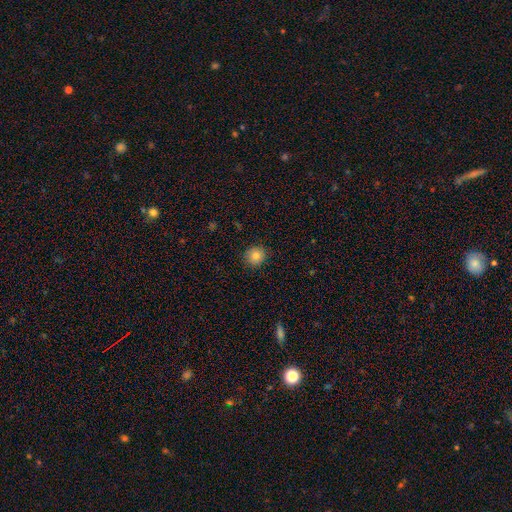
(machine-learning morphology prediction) Smooth or featured?
  - smooth: 82% *
  - star or artifact: 10%
  - featured or disk: 8%
How rounded?
  - round: 91% *
  - in between: 8%
  - cigar-shaped: 1%
Merging?
  - none: 90% *
  - minor disturbance: 7%
  - major disturbance: 2%
  - merger: 1%